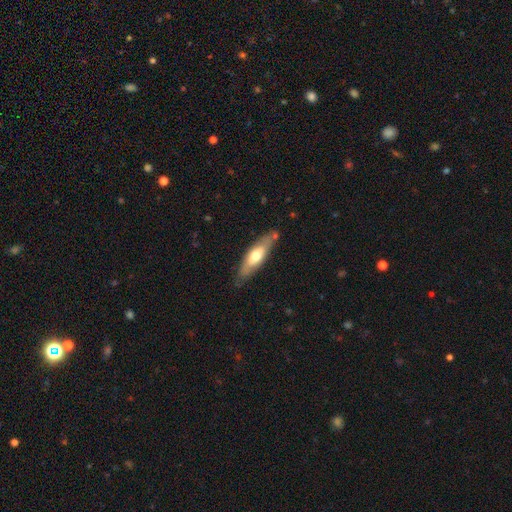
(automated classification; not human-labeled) smooth_or_featured: smooth (p=0.52) [alt: featured or disk p=0.43]
how_rounded: cigar-shaped (p=0.55) [alt: in between p=0.44]
merging: none (p=0.77) [alt: minor disturbance p=0.16]